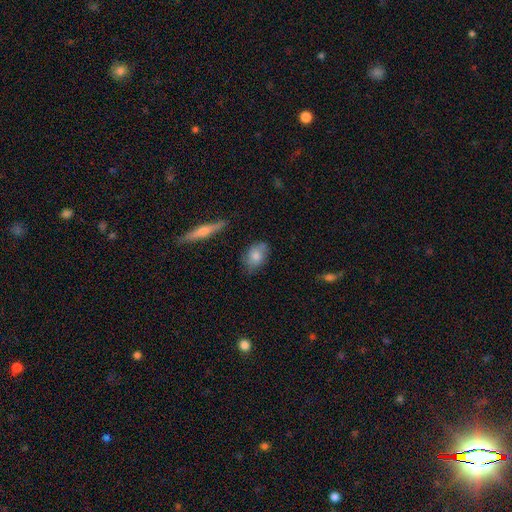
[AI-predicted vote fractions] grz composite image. It shows a smooth galaxy with no disk features (76%) that is in between round and cigar-shaped (78%). Merging: none (72%).